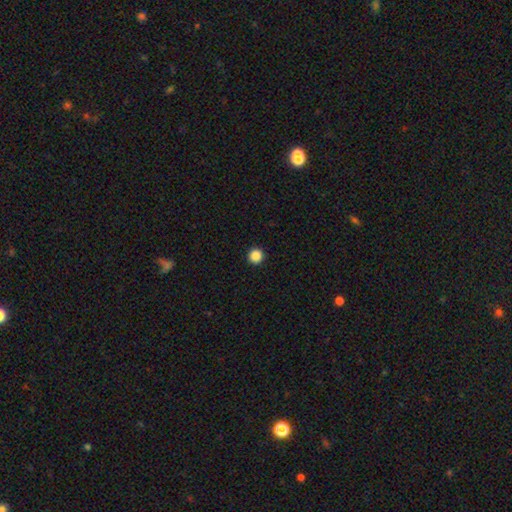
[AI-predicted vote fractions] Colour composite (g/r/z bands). It shows a smooth galaxy with no disk features (87%) that is round (96%). Merging: none (94%).